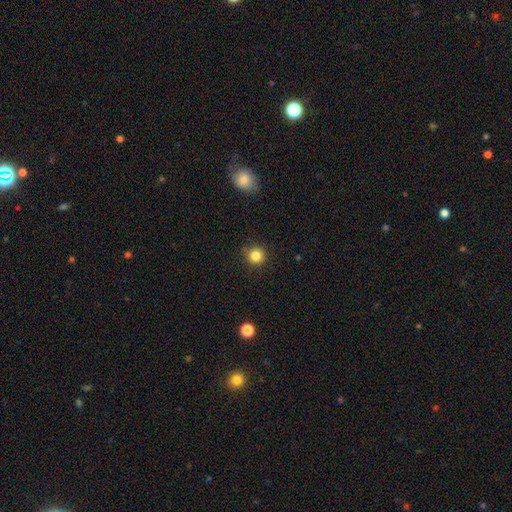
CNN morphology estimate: This appears to be a smooth galaxy with no disk features (84%) that is round (95%). Merging: none (90%).